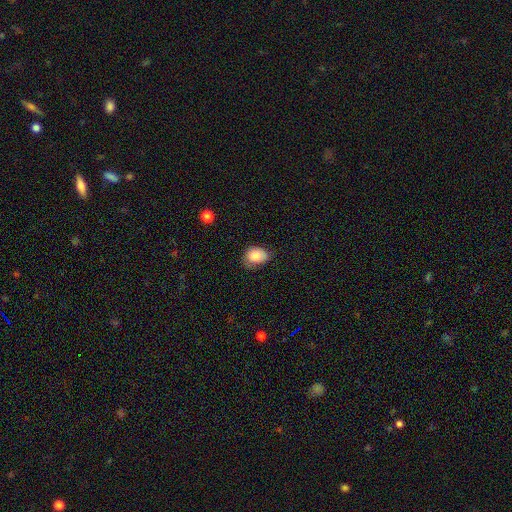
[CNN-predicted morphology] type=smooth (83%); roundness=in between (62%); merging=none (51%).